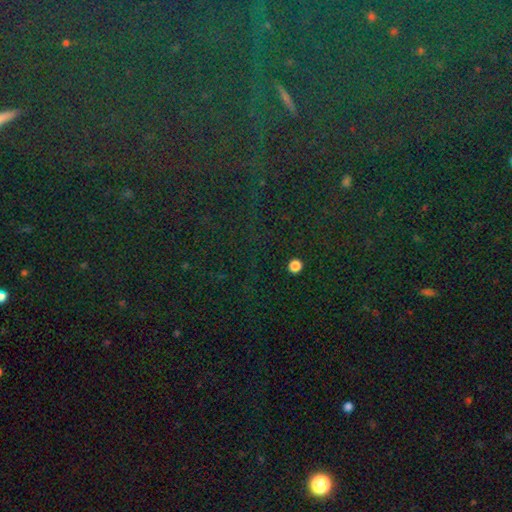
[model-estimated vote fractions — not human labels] star or artifact 85%, smooth 8%, featured or disk 7%.